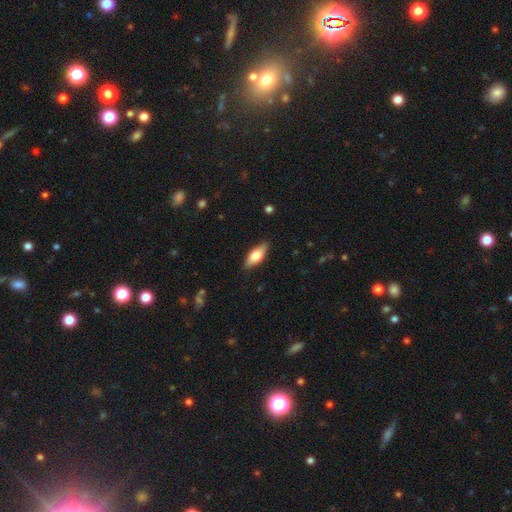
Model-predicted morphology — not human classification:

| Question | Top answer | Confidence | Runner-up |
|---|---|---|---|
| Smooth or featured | smooth | 70% | featured or disk (24%) |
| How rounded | in between | 76% | cigar-shaped (22%) |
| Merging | none | 85% | minor disturbance (12%) |